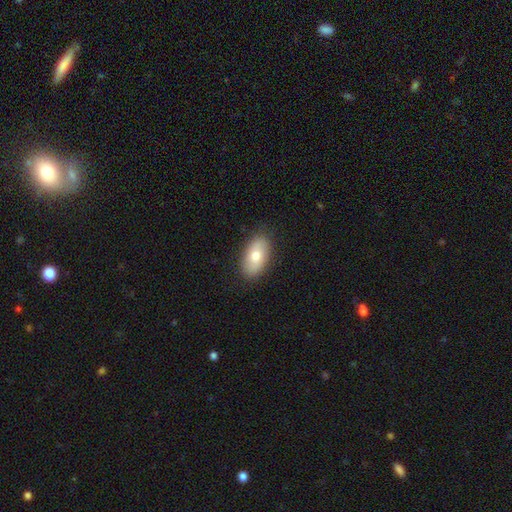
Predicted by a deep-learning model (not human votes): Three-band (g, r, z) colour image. It shows a smooth galaxy with no disk features (70%) that is in between round and cigar-shaped (93%). Merging: none (87%).